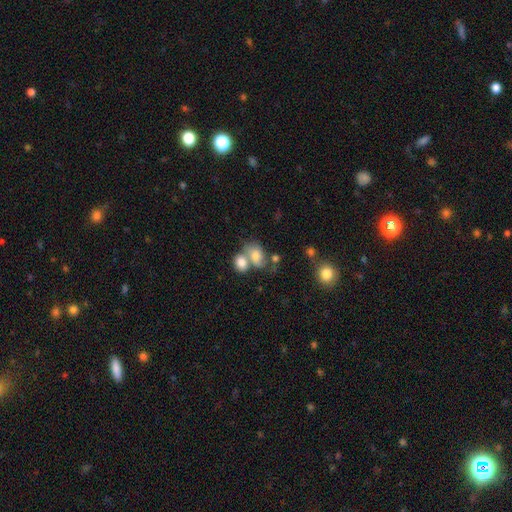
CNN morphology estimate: type=smooth (73%); roundness=in between (74%); merging=merger (56%).